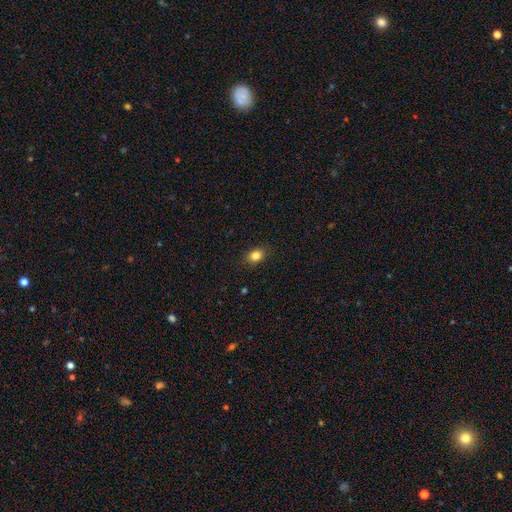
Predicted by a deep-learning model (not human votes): Smooth or featured: smooth — 83% (star or artifact — 11%)
How rounded: in between — 59% (round — 39%)
Merging: none — 88% (minor disturbance — 9%)